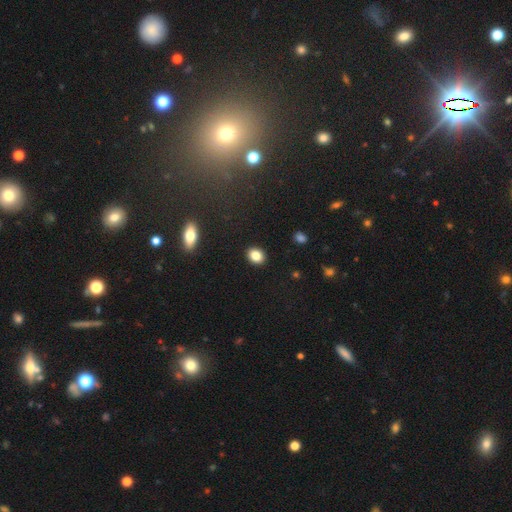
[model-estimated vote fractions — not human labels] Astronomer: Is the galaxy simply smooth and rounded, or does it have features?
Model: smooth — 85%.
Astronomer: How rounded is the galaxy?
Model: round — 50% (runner-up: in between, 49%).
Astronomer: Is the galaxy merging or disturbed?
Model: none — 91%.